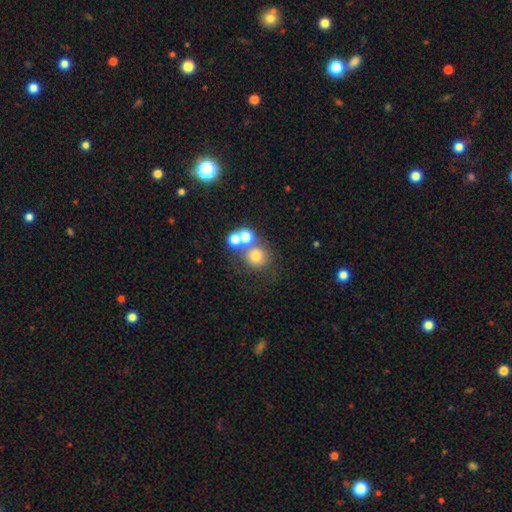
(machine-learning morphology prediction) Smooth or featured? Predicted: smooth (p=0.68). How rounded? Predicted: round (p=0.88). Merging? Predicted: none (p=0.53).